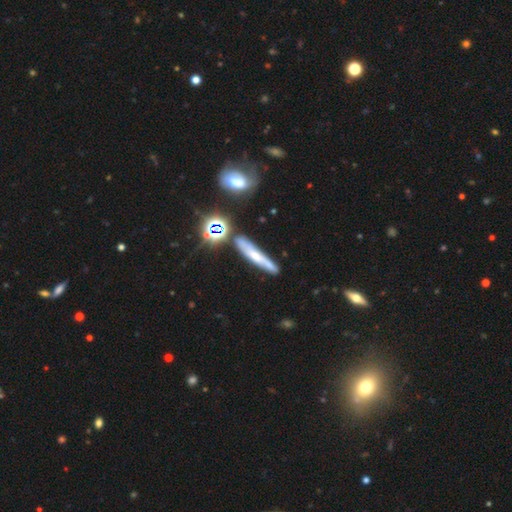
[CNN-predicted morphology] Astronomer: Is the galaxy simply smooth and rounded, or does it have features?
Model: smooth — 43% (runner-up: featured or disk, 39%).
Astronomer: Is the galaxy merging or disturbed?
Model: none — 69%.